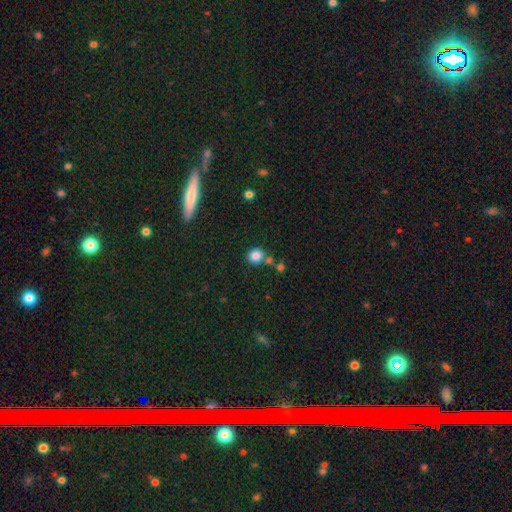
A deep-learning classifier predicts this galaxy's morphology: smooth_or_featured: smooth (p=0.84) [alt: star or artifact p=0.11]
how_rounded: round (p=0.76) [alt: in between p=0.23]
merging: none (p=0.70) [alt: merger p=0.16]